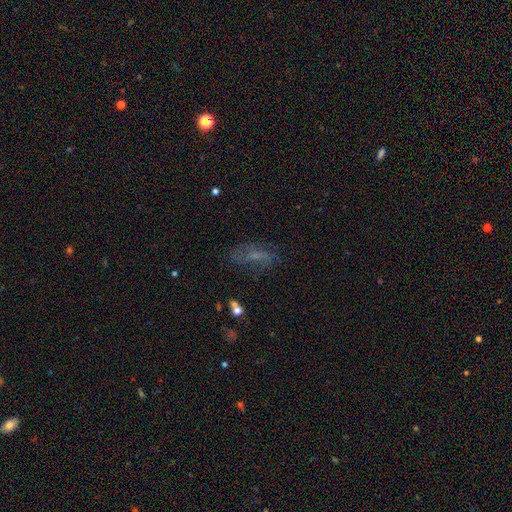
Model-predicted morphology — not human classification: smooth 40%, featured or disk 38%, star or artifact 21%. Down the decision tree: merging — none (57%).